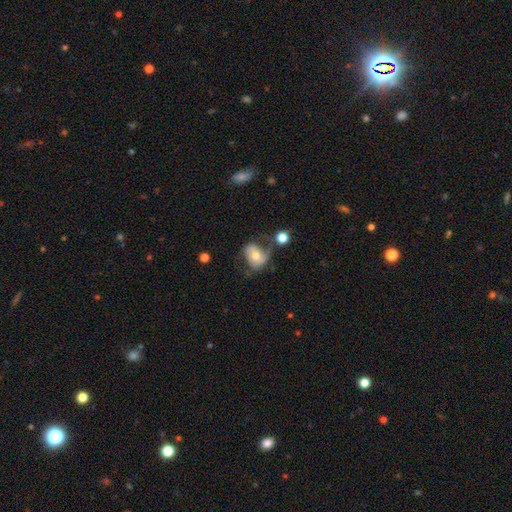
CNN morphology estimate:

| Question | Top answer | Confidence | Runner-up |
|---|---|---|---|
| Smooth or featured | featured or disk | 52% | smooth (40%) |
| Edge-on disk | no | 96% | yes (4%) |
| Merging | none | 37% | minor disturbance (28%) |